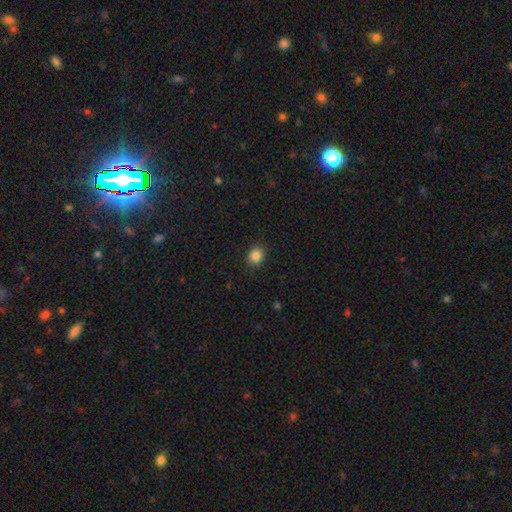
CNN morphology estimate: Overall: smooth (86%). How rounded: round (69%; in between 31%). Merging: none (89%).